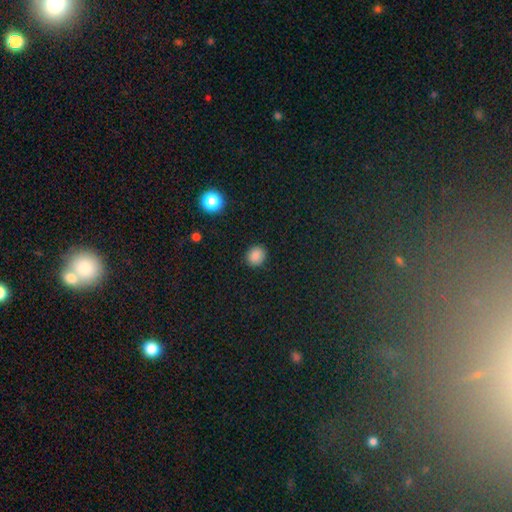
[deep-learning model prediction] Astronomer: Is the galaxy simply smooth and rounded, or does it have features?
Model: smooth — 86%.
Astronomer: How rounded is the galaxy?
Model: round — 79%.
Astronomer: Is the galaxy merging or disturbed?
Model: none — 90%.